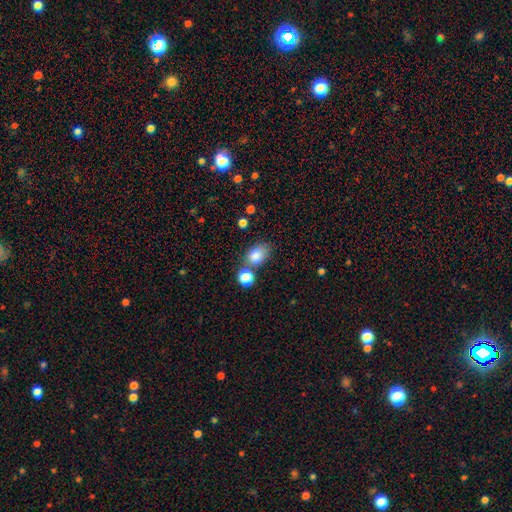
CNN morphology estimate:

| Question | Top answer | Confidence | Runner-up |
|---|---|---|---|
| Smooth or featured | smooth | 83% | star or artifact (10%) |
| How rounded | in between | 74% | round (25%) |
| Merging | none | 59% | merger (19%) |